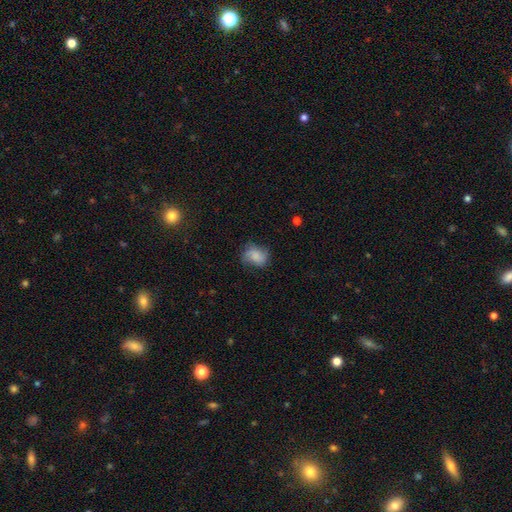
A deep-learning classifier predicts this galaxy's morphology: The model was most divided on "how rounded": in between: 57%, round: 42%, cigar-shaped: 1%. More confident: smooth or featured — smooth (70%); merging — none (56%).